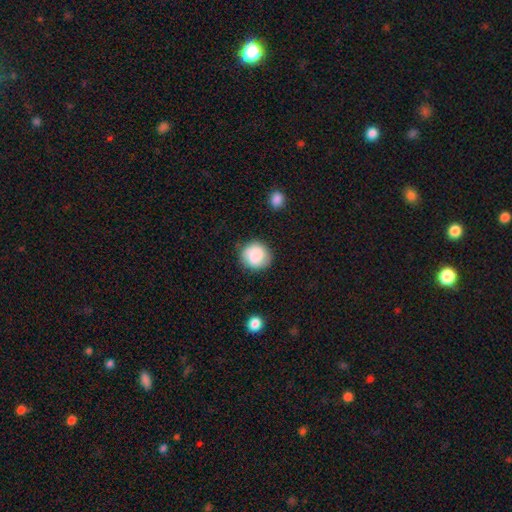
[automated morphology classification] A smooth galaxy with no disk features (82%) that is round (90%). Merging: none (83%).